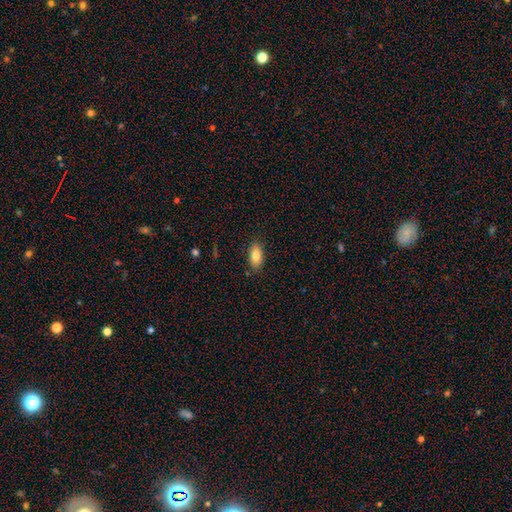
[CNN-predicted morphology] smooth 82%, featured or disk 11%, star or artifact 8%. Down the decision tree: how rounded — in between (91%); merging — none (85%).